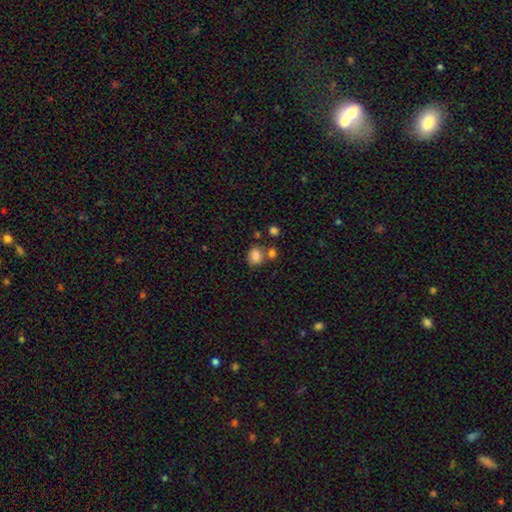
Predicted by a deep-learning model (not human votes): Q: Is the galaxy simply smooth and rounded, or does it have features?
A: smooth — 83%.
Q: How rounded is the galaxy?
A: round — 69%.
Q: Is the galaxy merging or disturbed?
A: none — 63%.